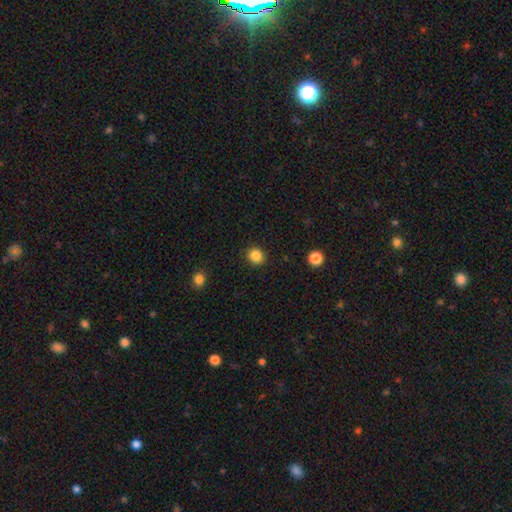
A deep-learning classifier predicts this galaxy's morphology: The model was most divided on "how rounded": round: 84%, in between: 15%, cigar-shaped: 1%. More confident: merging — none (90%); smooth or featured — smooth (85%).